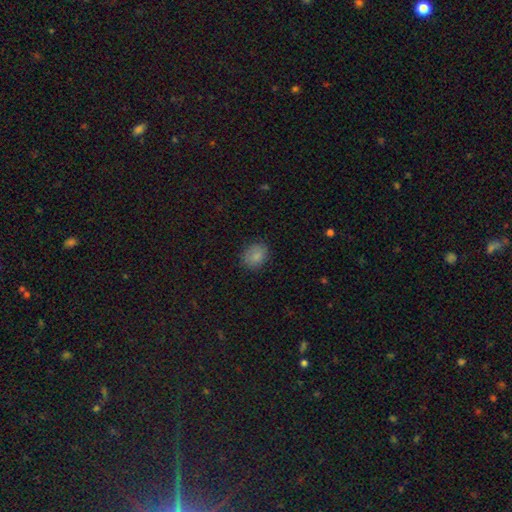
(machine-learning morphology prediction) A smooth galaxy with no disk features (84%) that is in between round and cigar-shaped (50%). Merging: none (81%).